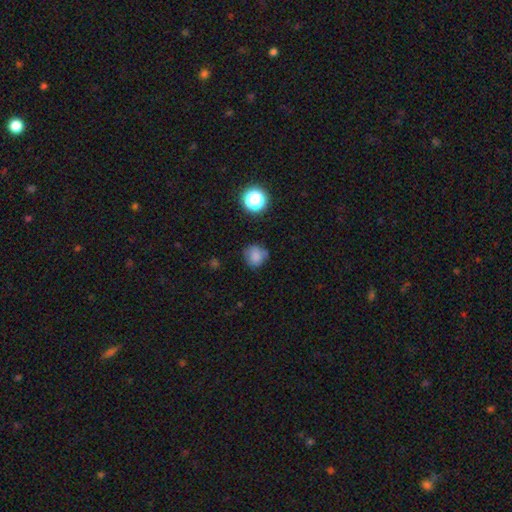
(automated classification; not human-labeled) Smooth or featured: smooth — 78% (star or artifact — 13%)
How rounded: round — 82% (in between — 18%)
Merging: none — 69% (minor disturbance — 22%)